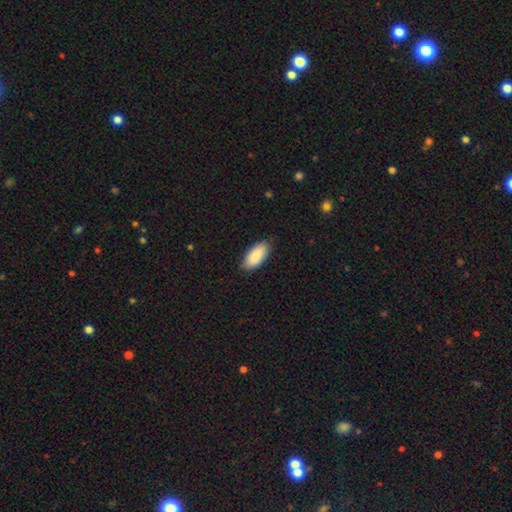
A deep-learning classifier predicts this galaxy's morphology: Smooth or featured?
  - smooth: 91% *
  - star or artifact: 6%
  - featured or disk: 4%
How rounded?
  - in between: 92% *
  - cigar-shaped: 6%
  - round: 2%
Merging?
  - none: 85% *
  - minor disturbance: 12%
  - major disturbance: 2%
  - merger: 1%